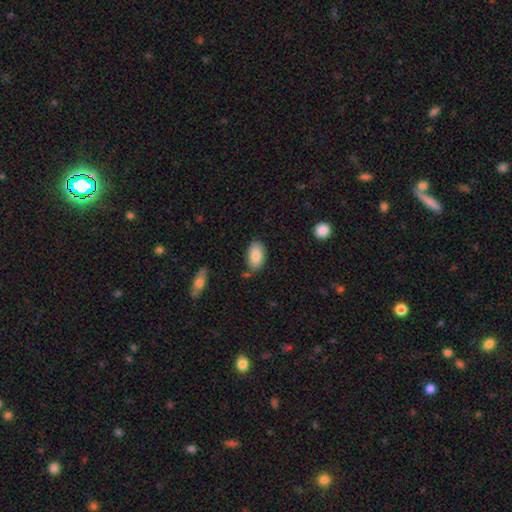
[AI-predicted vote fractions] Smooth or featured?
  - smooth: 86% *
  - featured or disk: 8%
  - star or artifact: 6%
How rounded?
  - in between: 94% *
  - round: 4%
  - cigar-shaped: 2%
Merging?
  - none: 79% *
  - minor disturbance: 14%
  - merger: 4%
  - major disturbance: 3%